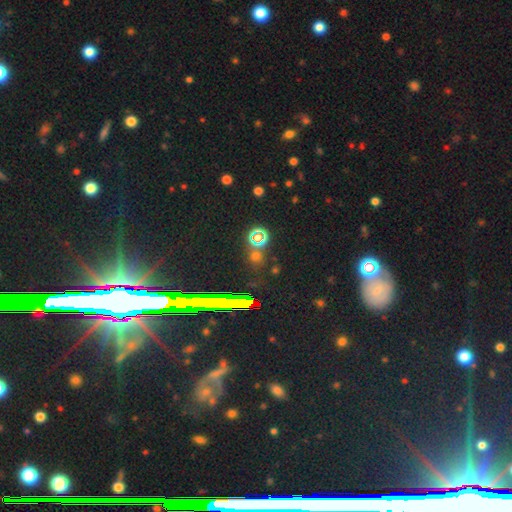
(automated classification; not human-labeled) A star or artifact, not a galaxy (58%).